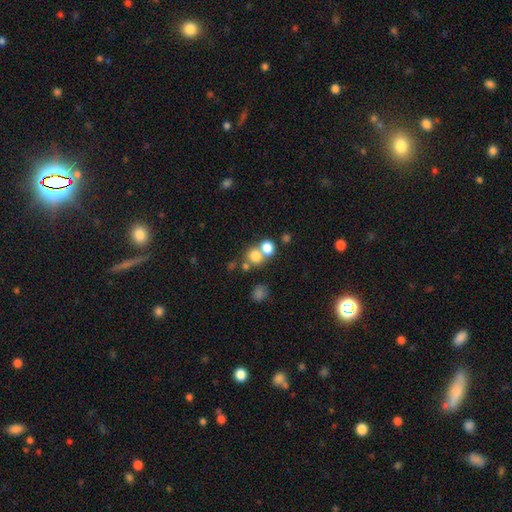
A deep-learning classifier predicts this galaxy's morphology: A smooth galaxy with no disk features (75%) that is round (76%). Merging: merger (45%).